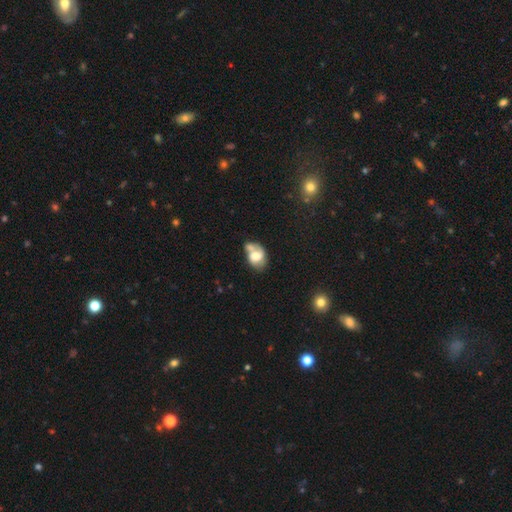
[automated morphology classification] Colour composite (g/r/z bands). It shows a smooth galaxy with no disk features (47%). Merging: merger (36%).